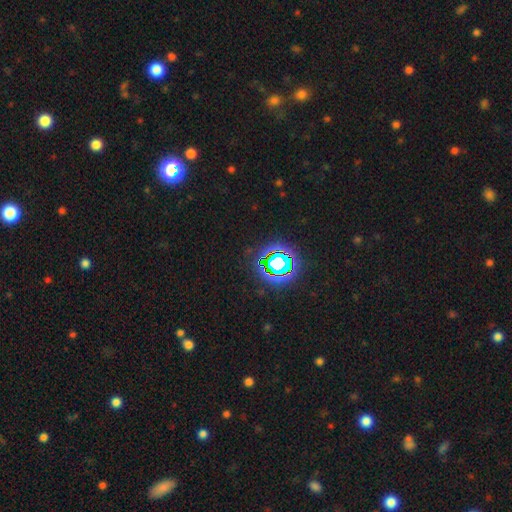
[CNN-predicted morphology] Smooth or featured: star or artifact — 80% (smooth — 13%)